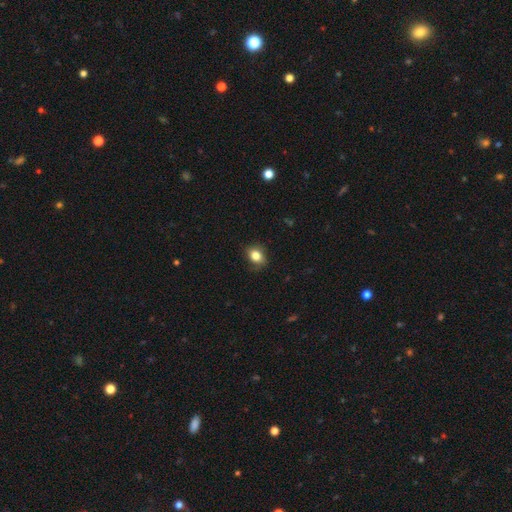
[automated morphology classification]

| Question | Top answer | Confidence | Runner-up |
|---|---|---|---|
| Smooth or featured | smooth | 82% | star or artifact (10%) |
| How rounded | in between | 55% | round (44%) |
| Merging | none | 74% | minor disturbance (20%) |